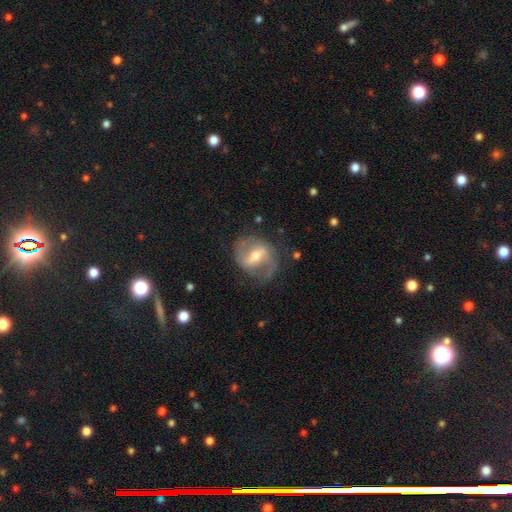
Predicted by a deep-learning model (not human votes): A featured or disk galaxy (80%) with a strong bar (47%), 2 (84%) medium (49%) spiral arms (88%) and a moderate central bulge (57%). Merging: none (71%).